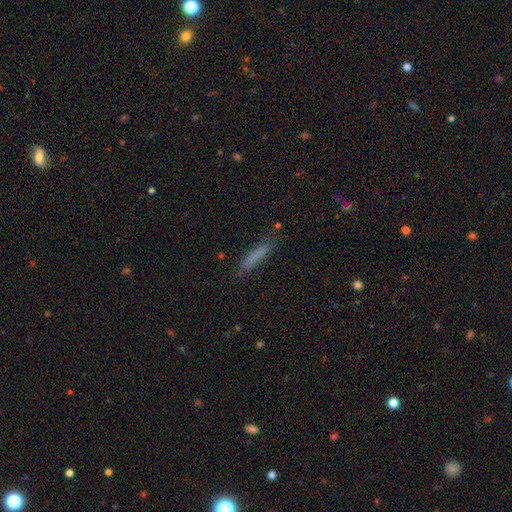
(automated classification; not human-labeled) This appears to be a smooth galaxy with no disk features (76%) that is cigar-shaped (85%). Merging: none (76%).